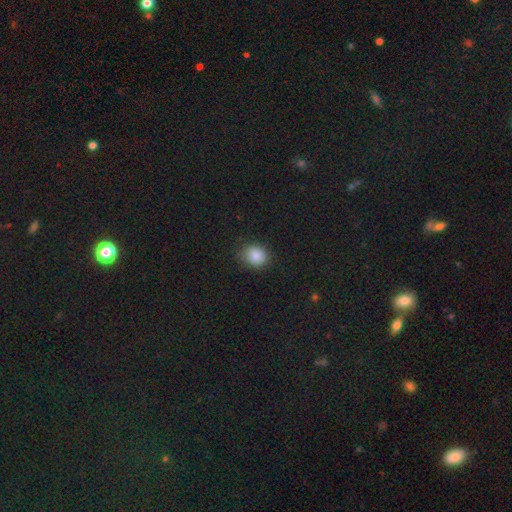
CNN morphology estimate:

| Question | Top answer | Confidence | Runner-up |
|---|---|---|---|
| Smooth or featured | smooth | 85% | star or artifact (10%) |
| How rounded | round | 64% | in between (35%) |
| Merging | none | 81% | minor disturbance (15%) |